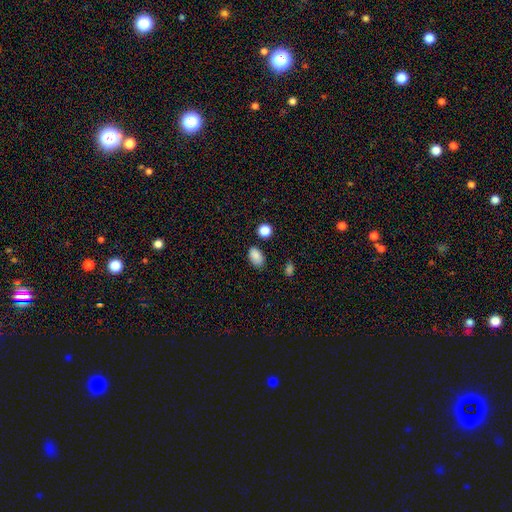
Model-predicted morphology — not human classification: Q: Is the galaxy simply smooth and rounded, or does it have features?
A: smooth — 86%.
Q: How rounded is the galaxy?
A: in between — 88%.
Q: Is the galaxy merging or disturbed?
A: none — 76%.